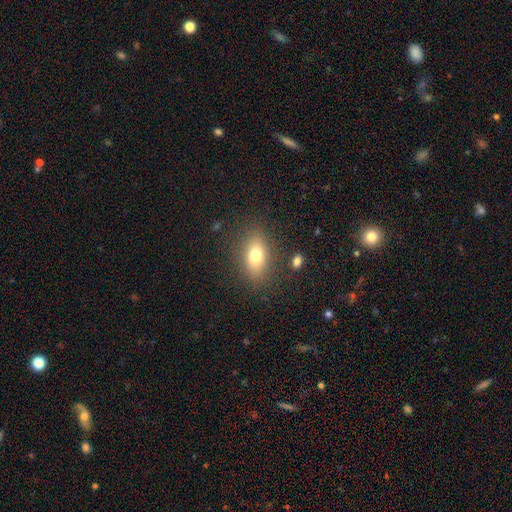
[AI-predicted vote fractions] smooth-or-featured: smooth: 75% | featured or disk: 15% | star or artifact: 10%
  how-rounded: in between: 82% | round: 13% | cigar-shaped: 5%
  merging: none: 83% | minor disturbance: 11% | major disturbance: 4% | merger: 2%